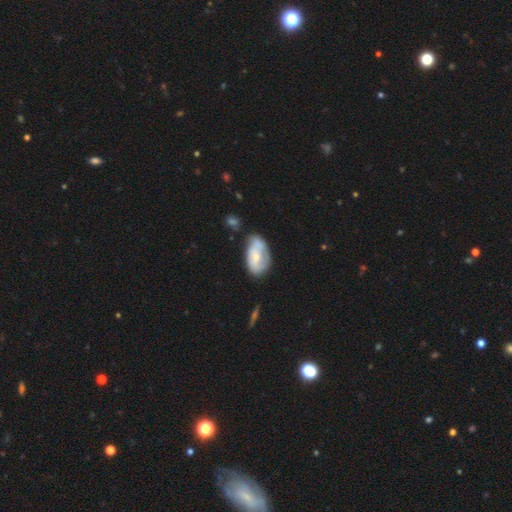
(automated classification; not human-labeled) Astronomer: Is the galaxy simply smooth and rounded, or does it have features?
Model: smooth — 47%, tied with featured or disk at 47%.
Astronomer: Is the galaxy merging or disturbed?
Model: none — 42% (runner-up: minor disturbance, 33%).